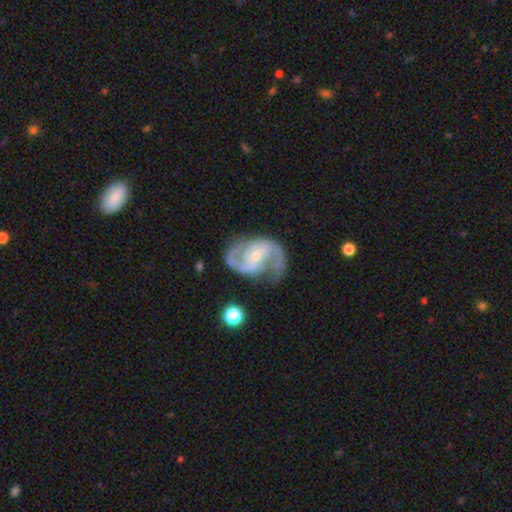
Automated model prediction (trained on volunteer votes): Smooth or featured? featured or disk (89%)
Edge-on disk? no (97%)
Bar? no (44%)
Spiral arms? yes (96%)
Spiral winding? medium (56%)
Spiral arm count? 2 (89%)
Bulge size? small (67%)
Merging? none (67%)